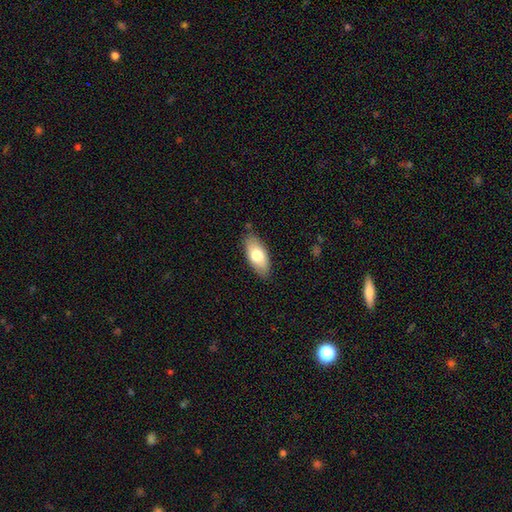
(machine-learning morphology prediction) Q: Smooth or featured?
A: smooth (72%); runner-up: featured or disk (21%)
Q: How rounded?
A: in between (88%); runner-up: cigar-shaped (9%)
Q: Merging?
A: none (84%); runner-up: minor disturbance (12%)